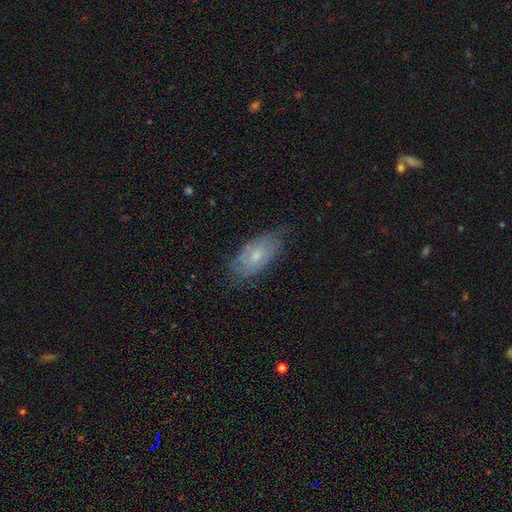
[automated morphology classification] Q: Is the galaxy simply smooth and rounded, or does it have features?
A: smooth — 49%.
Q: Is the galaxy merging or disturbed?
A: none — 67%.